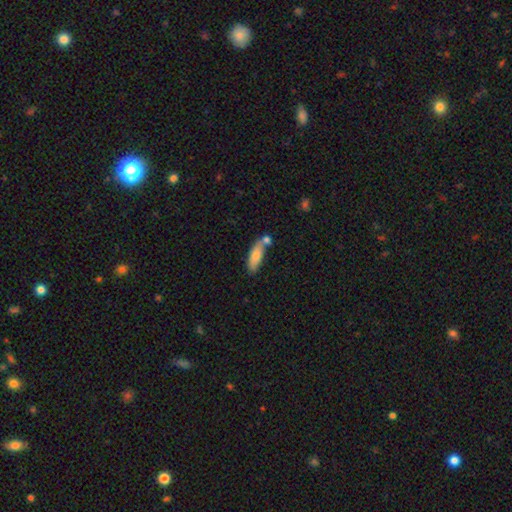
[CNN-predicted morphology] A smooth galaxy with no disk features (77%) that is in between round and cigar-shaped (58%). Merging: none (48%).